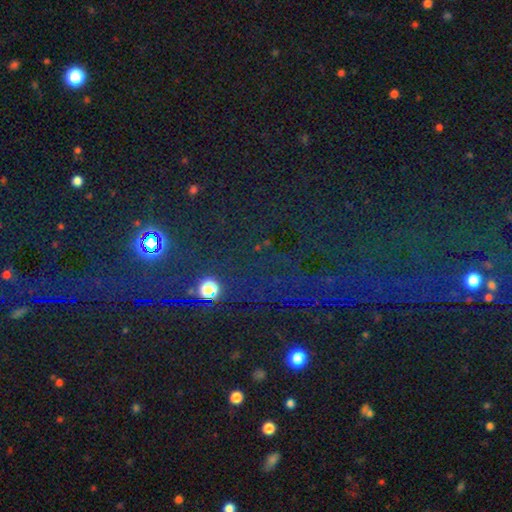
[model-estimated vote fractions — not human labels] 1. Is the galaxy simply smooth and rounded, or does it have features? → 79% star or artifact, 14% smooth, 7% featured or disk.